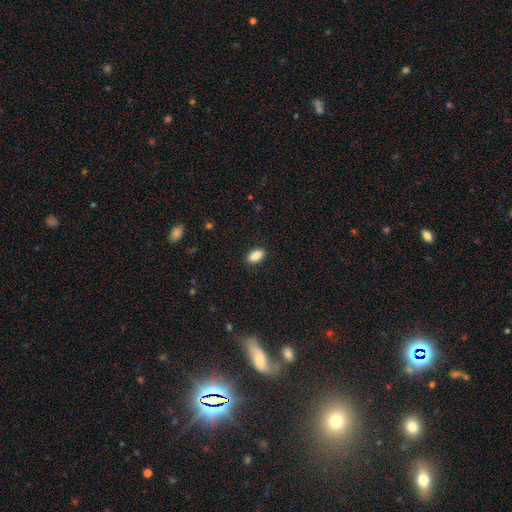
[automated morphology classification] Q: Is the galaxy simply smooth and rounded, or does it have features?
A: smooth — 88%.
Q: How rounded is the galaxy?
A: in between — 90%.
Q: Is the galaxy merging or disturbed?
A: none — 89%.